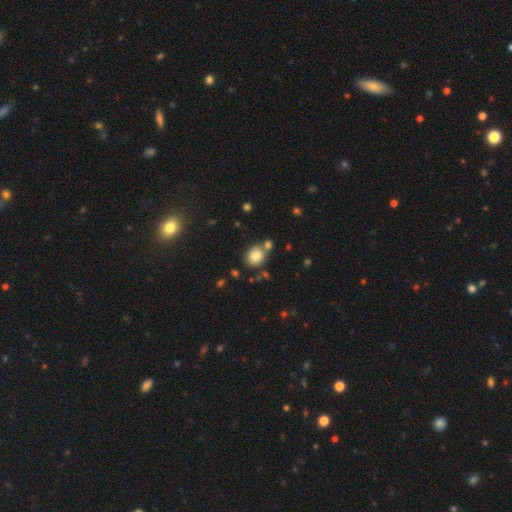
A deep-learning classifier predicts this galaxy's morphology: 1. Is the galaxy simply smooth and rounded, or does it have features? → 80% smooth, 10% star or artifact, 9% featured or disk.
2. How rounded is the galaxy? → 67% round, 32% in between, 1% cigar-shaped.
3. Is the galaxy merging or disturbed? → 67% none, 18% merger, 11% minor disturbance, 3% major disturbance.